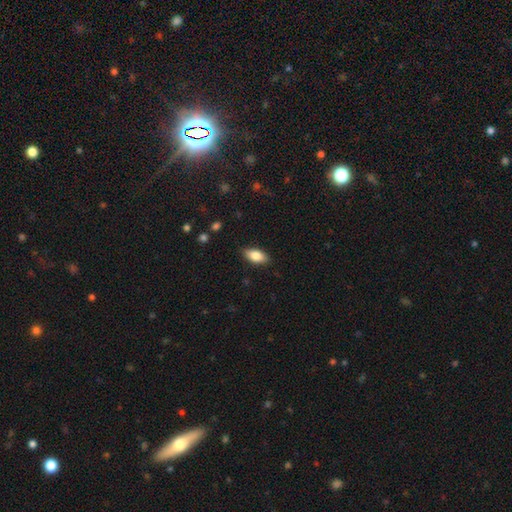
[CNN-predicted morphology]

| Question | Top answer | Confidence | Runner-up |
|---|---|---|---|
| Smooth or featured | smooth | 80% | featured or disk (13%) |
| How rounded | in between | 89% | cigar-shaped (8%) |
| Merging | none | 87% | minor disturbance (10%) |